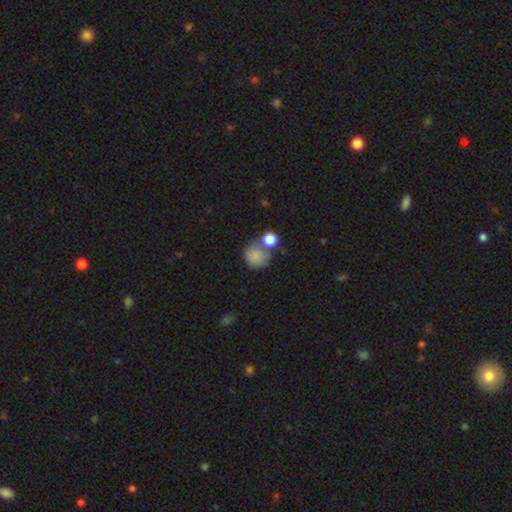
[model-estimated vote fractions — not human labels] This is clearly a smooth galaxy (83%). How rounded: clearly round (86%). Merging: possibly none (49%).